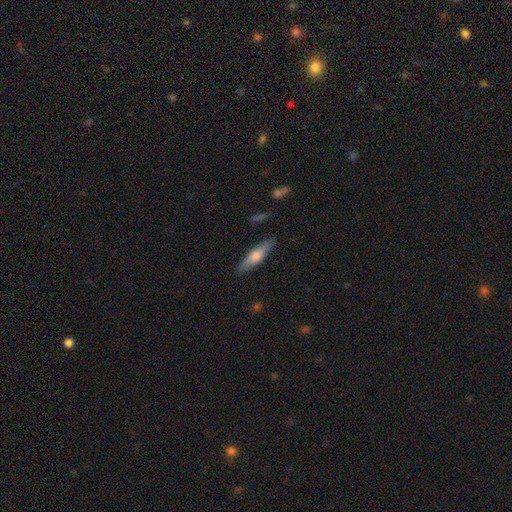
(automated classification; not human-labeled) A smooth galaxy with no disk features (57%) that is cigar-shaped (76%).

Vote fractions:
- Smooth or featured? smooth: 57% / featured or disk: 37% / star or artifact: 6%
- How rounded? cigar-shaped: 76% / in between: 22% / round: 2%
- Merging? none: 88% / minor disturbance: 9% / major disturbance: 2% / merger: 1%